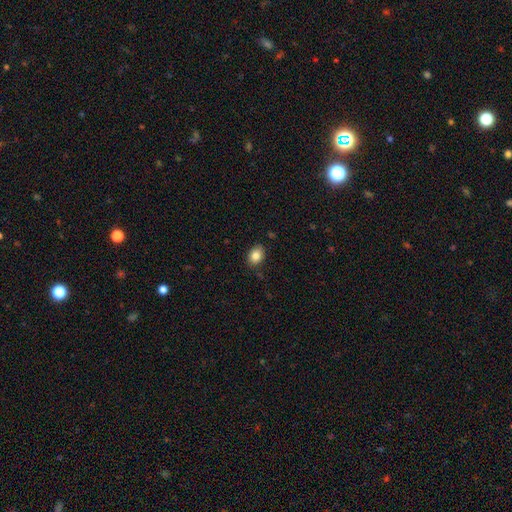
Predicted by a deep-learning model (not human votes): Smooth or featured? Predicted: smooth (p=0.85). How rounded? Predicted: in between (p=0.70). Merging? Predicted: none (p=0.85).